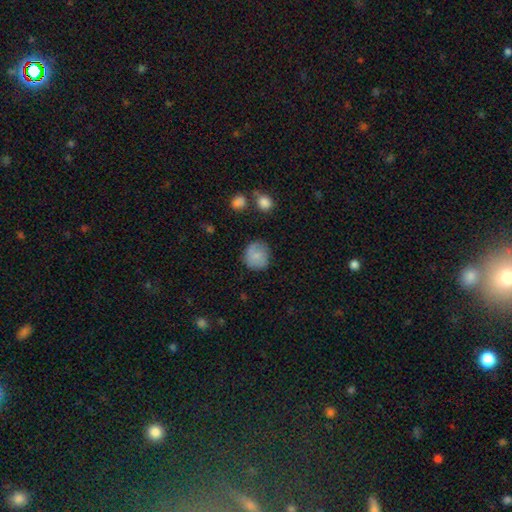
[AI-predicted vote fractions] Smooth or featured? smooth (79%)
How rounded? round (86%)
Merging? none (76%)